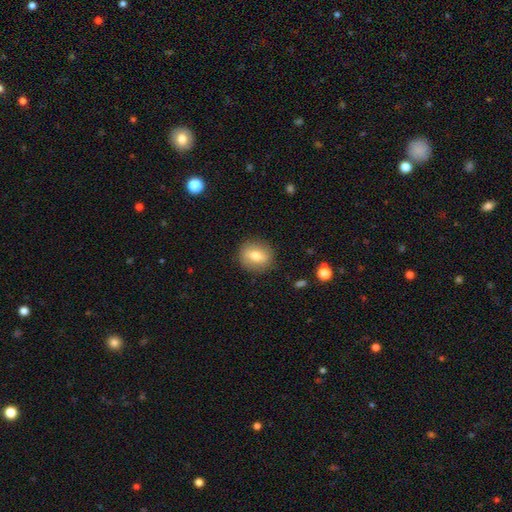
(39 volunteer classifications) Overall: smooth (72%). How rounded: round (68%; in between 32%). Merging: none (87%).